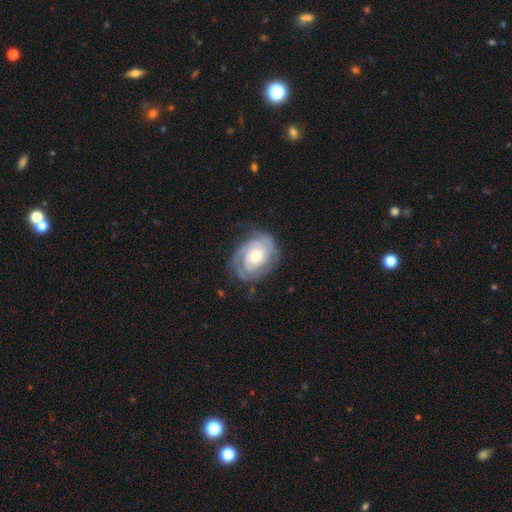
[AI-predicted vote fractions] Smooth or featured: featured or disk — 83% (smooth — 12%)
Edge-on disk: no — 97% (yes — 3%)
Bar: no — 74% (weak — 21%)
Spiral arms: yes — 95% (no — 5%)
Spiral winding: tight — 69% (medium — 25%)
Spiral arm count: 2 — 30% (can't tell — 26%)
Bulge size: moderate — 67% (small — 20%)
Merging: none — 71% (minor disturbance — 20%)